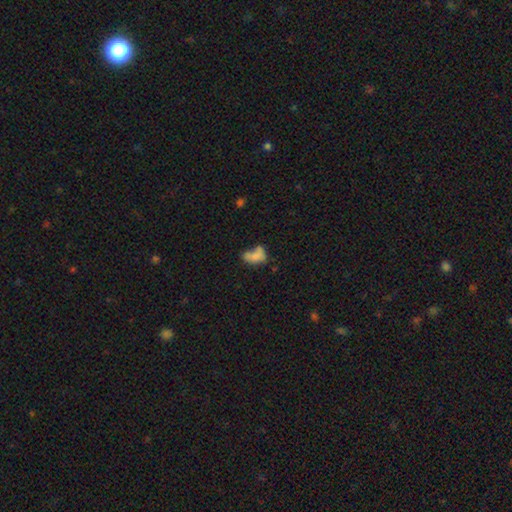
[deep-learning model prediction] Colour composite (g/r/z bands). It shows a smooth galaxy with no disk features (70%) that is in between round and cigar-shaped (86%). Merging: merger (30%).